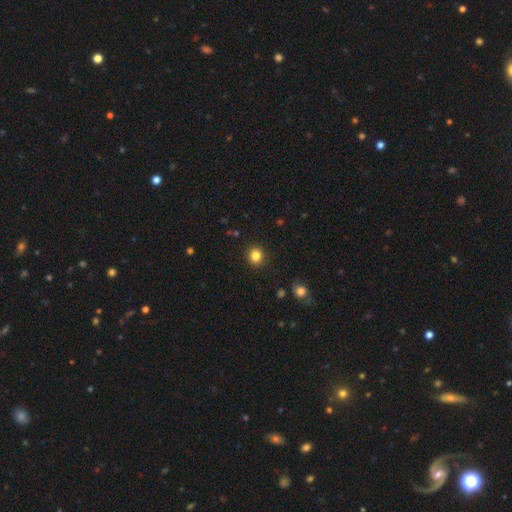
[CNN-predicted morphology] Overall: smooth (83%). How rounded: round (83%). Merging: none (91%).